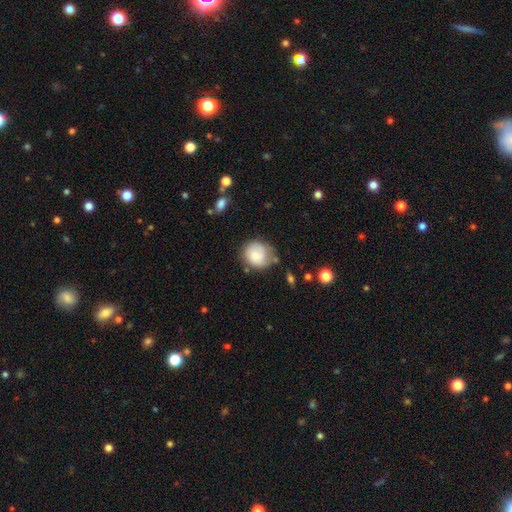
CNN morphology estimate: The model was most divided on "merging": none: 58%, minor disturbance: 27%, major disturbance: 9%, merger: 6%. More confident: how rounded — round (79%); smooth or featured — smooth (70%).